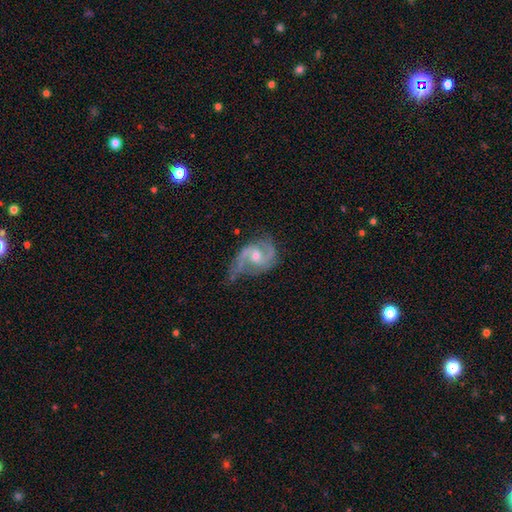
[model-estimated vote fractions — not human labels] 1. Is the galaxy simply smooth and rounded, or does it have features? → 90% featured or disk, 5% smooth, 5% star or artifact.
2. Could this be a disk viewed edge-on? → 98% no, 2% yes.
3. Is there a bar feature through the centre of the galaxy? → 46% no, 45% weak, 9% strong.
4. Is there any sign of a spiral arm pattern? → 97% yes, 3% no.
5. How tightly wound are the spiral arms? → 55% medium, 23% loose, 21% tight.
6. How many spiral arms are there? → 89% 2, 3% can't tell, 3% 3, 2% 1, 1% 4, 1% more than 4.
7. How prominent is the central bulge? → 60% moderate, 35% small, 2% large, 2% none, 1% dominant.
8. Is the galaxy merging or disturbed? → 55% none, 29% minor disturbance, 14% major disturbance, 3% merger.